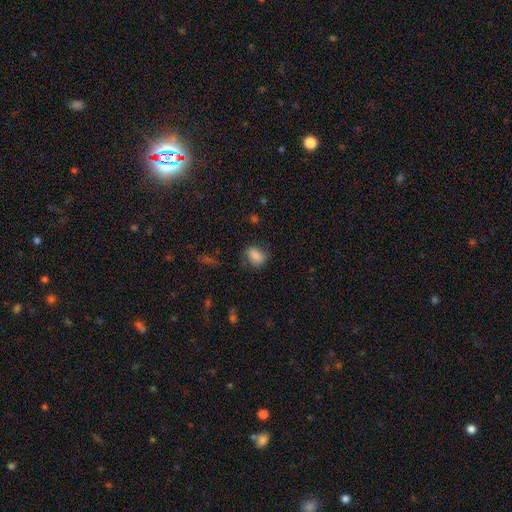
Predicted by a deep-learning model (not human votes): Smooth or featured: smooth — 78% (featured or disk — 13%)
How rounded: in between — 71% (round — 27%)
Merging: none — 66% (minor disturbance — 23%)